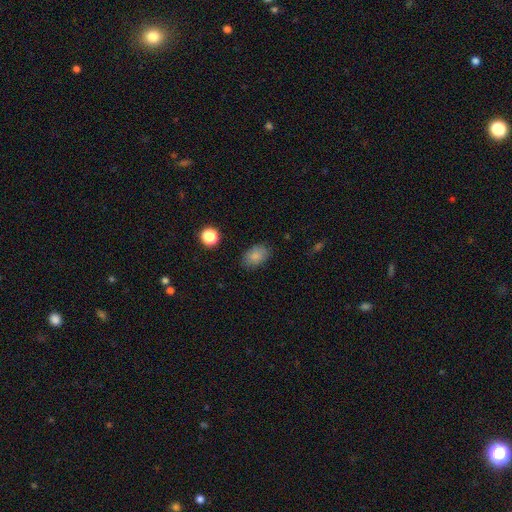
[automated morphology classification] This is clearly a smooth galaxy (84%). How rounded: clearly in between (84%). Merging: clearly none (83%).